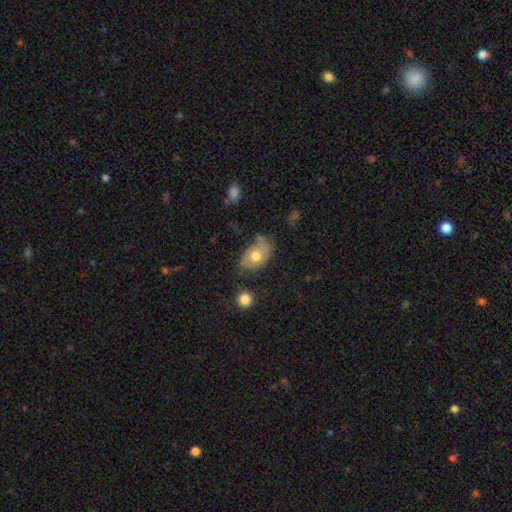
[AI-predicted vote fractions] This is likely a smooth galaxy (60%). How rounded: clearly in between (87%). Merging: possibly none (52%).